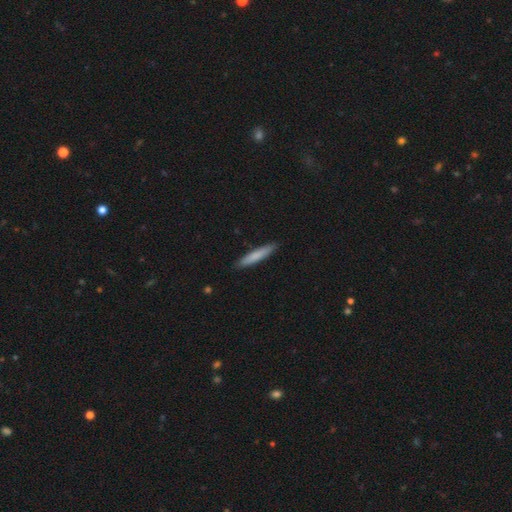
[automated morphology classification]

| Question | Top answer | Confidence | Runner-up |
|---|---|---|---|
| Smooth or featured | smooth | 78% | featured or disk (16%) |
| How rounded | cigar-shaped | 92% | in between (7%) |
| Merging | none | 90% | minor disturbance (8%) |